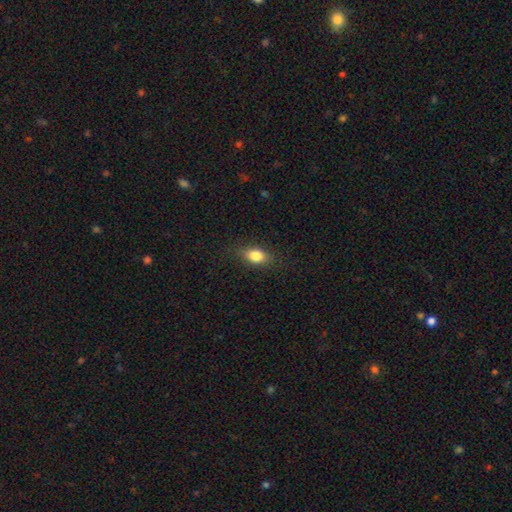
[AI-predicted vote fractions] This is clearly a smooth galaxy (82%). How rounded: clearly in between (81%). Merging: clearly none (84%).